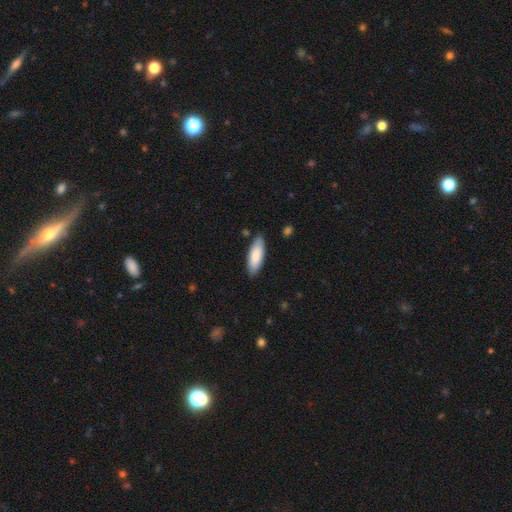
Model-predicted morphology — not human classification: Q: Smooth or featured?
A: smooth (82%); runner-up: featured or disk (13%)
Q: How rounded?
A: in between (67%); runner-up: cigar-shaped (32%)
Q: Merging?
A: none (85%); runner-up: minor disturbance (12%)